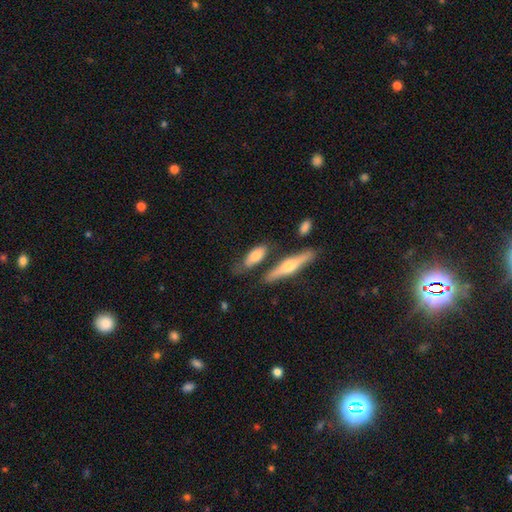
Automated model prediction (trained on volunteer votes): Overall: smooth (70%). How rounded: in between (69%). Merging: none (63%).